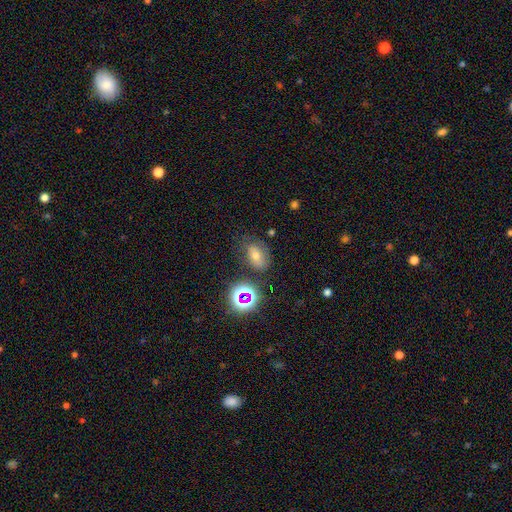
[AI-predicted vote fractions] The model was most divided on "smooth or featured": smooth: 45%, star or artifact: 29%, featured or disk: 26%. More confident: merging — none (68%).